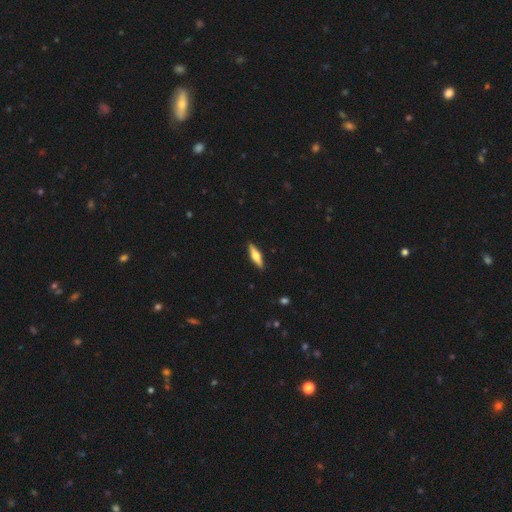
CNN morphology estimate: A featured or disk galaxy (50%) viewed edge-on (94%).

Vote fractions:
- Smooth or featured? featured or disk: 50% / smooth: 44% / star or artifact: 6%
- Edge-on disk? yes: 94% / no: 6%
- Merging? none: 90% / minor disturbance: 7% / major disturbance: 1% / merger: 1%